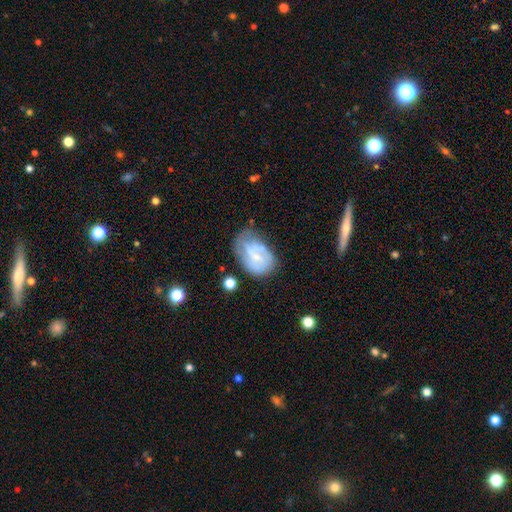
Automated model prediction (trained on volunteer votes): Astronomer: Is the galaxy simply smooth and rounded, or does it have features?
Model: featured or disk — 56% (runner-up: smooth, 35%).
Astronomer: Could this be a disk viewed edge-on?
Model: no — 97%.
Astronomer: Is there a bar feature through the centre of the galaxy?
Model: no — 60%.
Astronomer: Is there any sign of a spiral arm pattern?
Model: yes — 55% (runner-up: no, 45%).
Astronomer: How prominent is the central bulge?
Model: small — 56%.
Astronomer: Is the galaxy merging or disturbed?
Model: none — 42% (runner-up: minor disturbance, 30%).